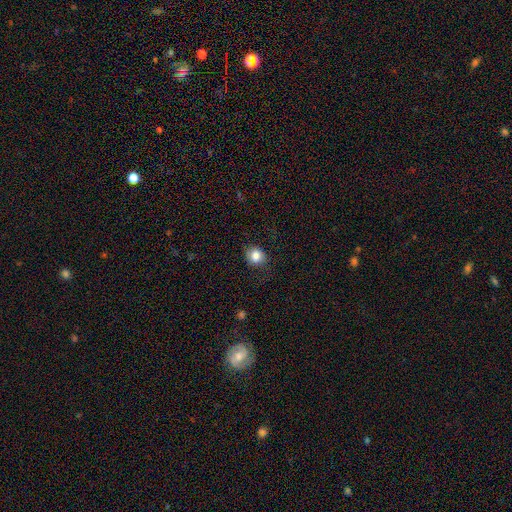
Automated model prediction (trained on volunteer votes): Smooth or featured: smooth — 82% (star or artifact — 10%)
How rounded: round — 74% (in between — 25%)
Merging: none — 79% (minor disturbance — 15%)